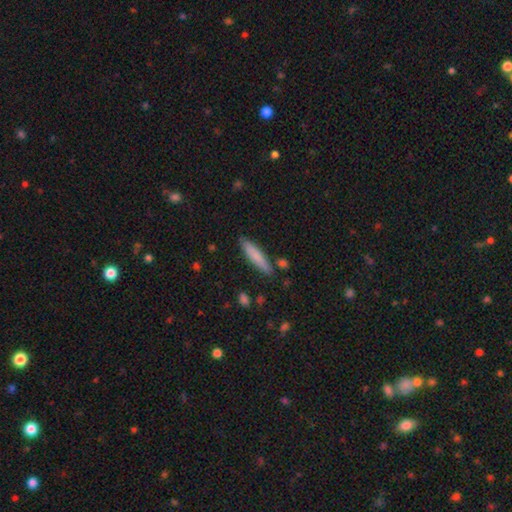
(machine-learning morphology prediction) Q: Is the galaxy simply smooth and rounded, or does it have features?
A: smooth — 78%.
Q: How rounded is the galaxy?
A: cigar-shaped — 85%.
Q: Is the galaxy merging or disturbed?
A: none — 83%.